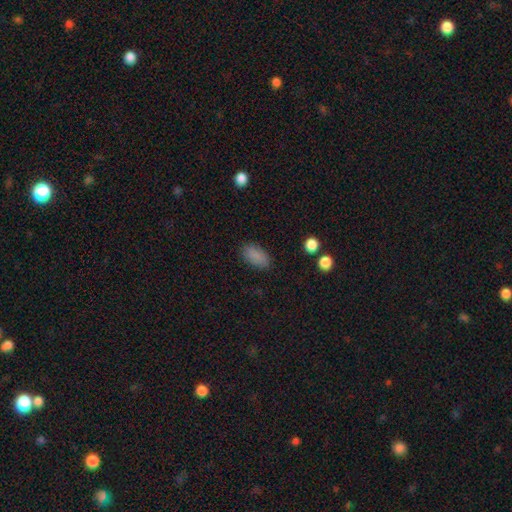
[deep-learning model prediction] Q: Smooth or featured?
A: smooth (87%); runner-up: star or artifact (9%)
Q: How rounded?
A: in between (91%); runner-up: cigar-shaped (5%)
Q: Merging?
A: none (85%); runner-up: minor disturbance (11%)